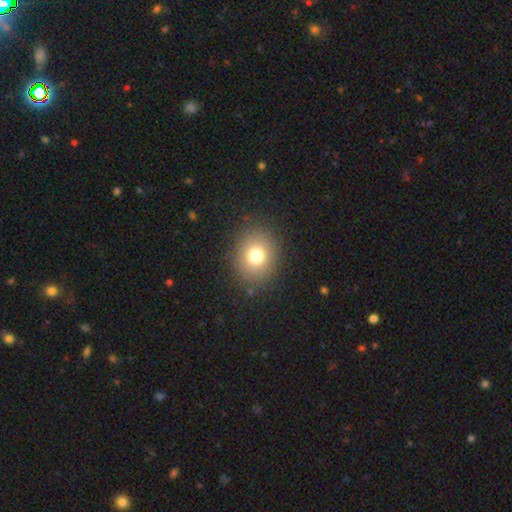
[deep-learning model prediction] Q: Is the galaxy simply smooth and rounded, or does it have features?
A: smooth — 76%.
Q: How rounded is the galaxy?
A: round — 69%.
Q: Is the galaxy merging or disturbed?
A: none — 88%.